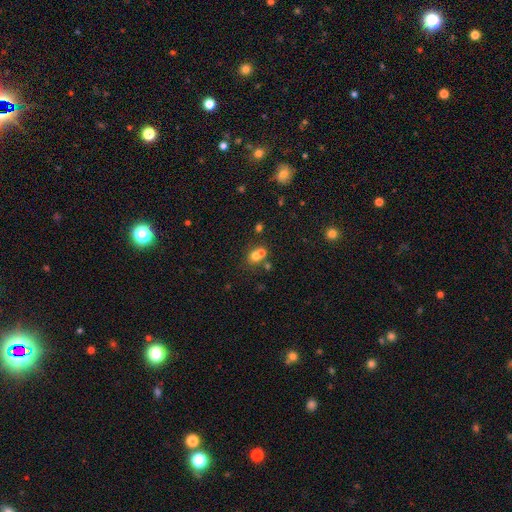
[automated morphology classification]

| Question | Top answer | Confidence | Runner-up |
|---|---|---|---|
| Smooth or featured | smooth | 65% | featured or disk (17%) |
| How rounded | round | 73% | in between (26%) |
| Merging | merger | 56% | none (35%) |